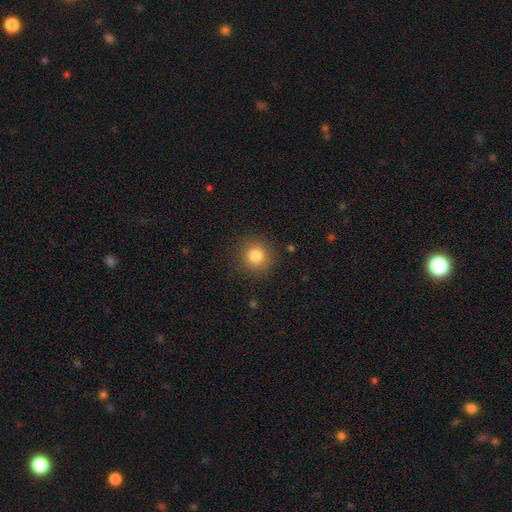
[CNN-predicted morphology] This is clearly a smooth galaxy (80%). How rounded: clearly round (93%). Merging: clearly none (89%).